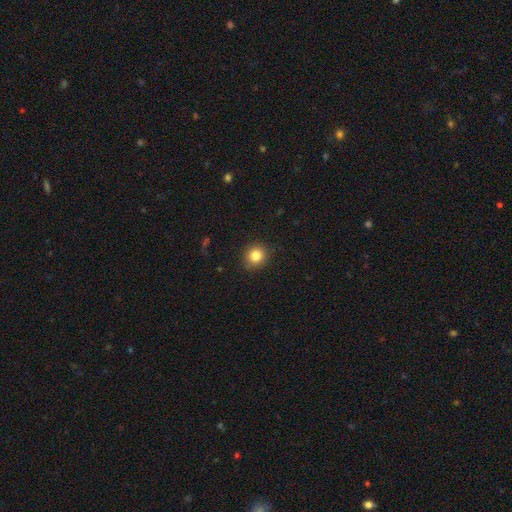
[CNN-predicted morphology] Smooth or featured? Predicted: smooth (p=0.84). How rounded? Predicted: round (p=0.87). Merging? Predicted: none (p=0.88).